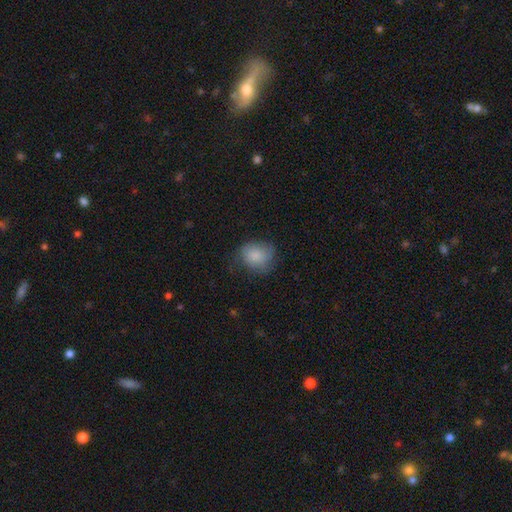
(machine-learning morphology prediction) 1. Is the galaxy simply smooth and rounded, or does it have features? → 82% smooth, 11% featured or disk, 8% star or artifact.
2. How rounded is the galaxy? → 65% round, 34% in between, 1% cigar-shaped.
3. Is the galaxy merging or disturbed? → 58% none, 29% minor disturbance, 12% major disturbance, 1% merger.